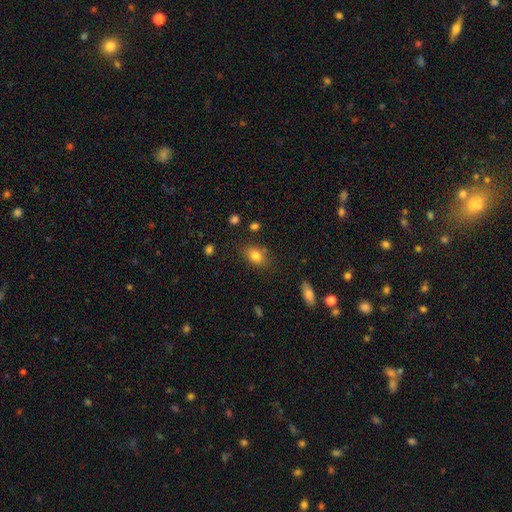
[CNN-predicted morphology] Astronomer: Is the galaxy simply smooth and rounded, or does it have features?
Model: smooth — 82%.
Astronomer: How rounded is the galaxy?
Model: in between — 75%.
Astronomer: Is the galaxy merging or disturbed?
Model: none — 77%.